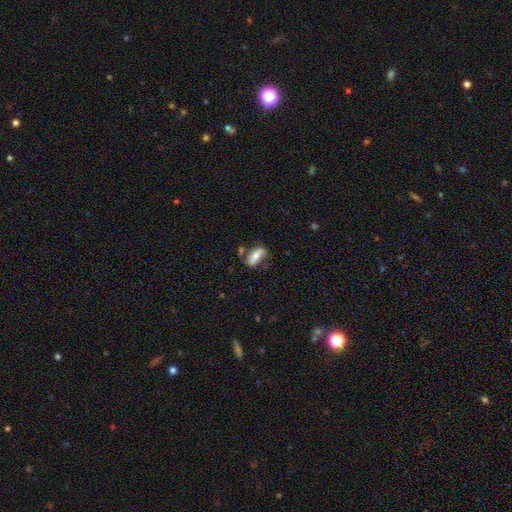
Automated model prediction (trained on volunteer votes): A smooth galaxy with no disk features (49%). Merging: none (57%).